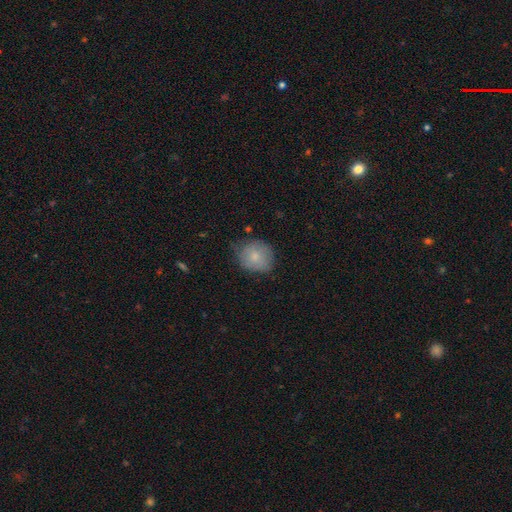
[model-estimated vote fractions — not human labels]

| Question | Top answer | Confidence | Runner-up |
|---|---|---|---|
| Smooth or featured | smooth | 76% | featured or disk (16%) |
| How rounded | round | 73% | in between (26%) |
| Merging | none | 63% | minor disturbance (29%) |